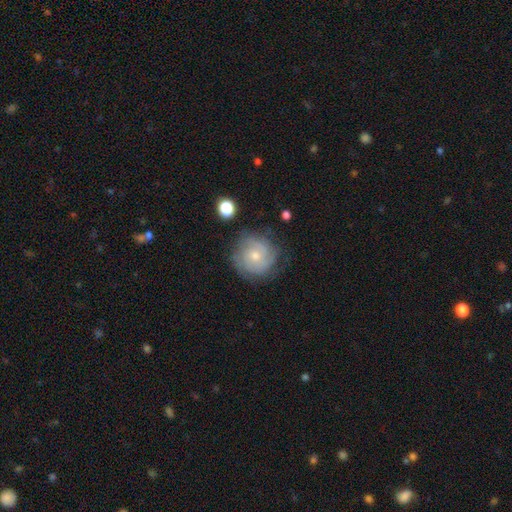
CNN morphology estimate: Smooth or featured? featured or disk (54%)
Edge-on disk? no (97%)
Bar? no (81%)
Spiral arms? yes (81%)
Bulge size? small (52%)
Merging? none (73%)